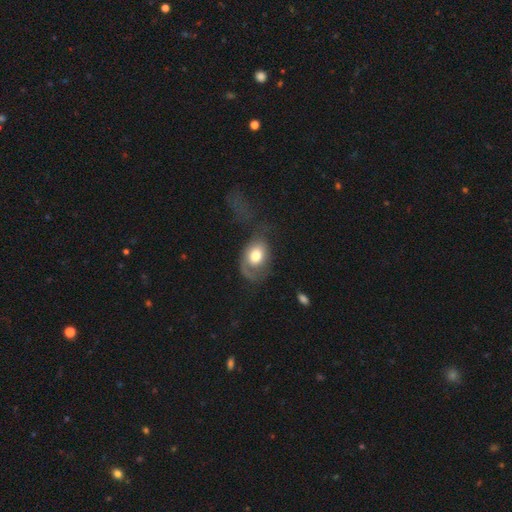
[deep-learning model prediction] A smooth galaxy with no disk features (57%) that is in between round and cigar-shaped (72%).

Vote fractions:
- Smooth or featured? smooth: 57% / featured or disk: 36% / star or artifact: 7%
- How rounded? in between: 72% / round: 27% / cigar-shaped: 1%
- Merging? major disturbance: 41% / none: 32% / minor disturbance: 24% / merger: 4%